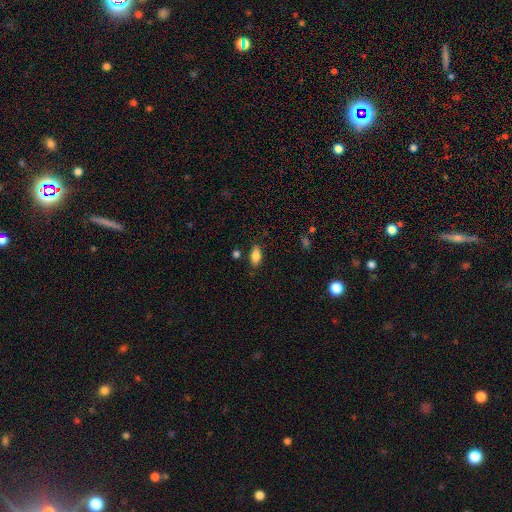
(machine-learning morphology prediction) Smooth or featured?
  - smooth: 86% *
  - star or artifact: 8%
  - featured or disk: 6%
How rounded?
  - in between: 90% *
  - cigar-shaped: 6%
  - round: 4%
Merging?
  - none: 82% *
  - minor disturbance: 12%
  - major disturbance: 3%
  - merger: 3%